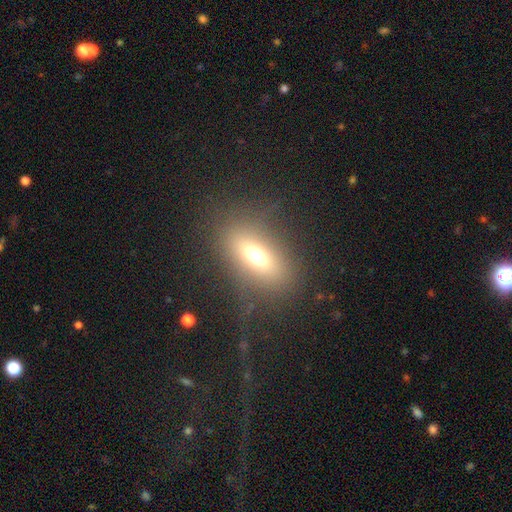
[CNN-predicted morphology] This is likely a smooth galaxy (61%). How rounded: likely in between (73%). Merging: likely none (76%).